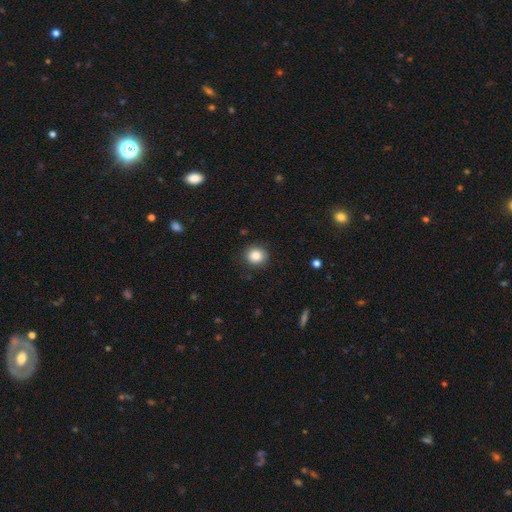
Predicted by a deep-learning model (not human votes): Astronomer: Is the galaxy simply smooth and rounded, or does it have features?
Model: smooth — 85%.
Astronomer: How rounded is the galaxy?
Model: round — 85%.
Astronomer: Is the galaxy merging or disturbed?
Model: none — 88%.